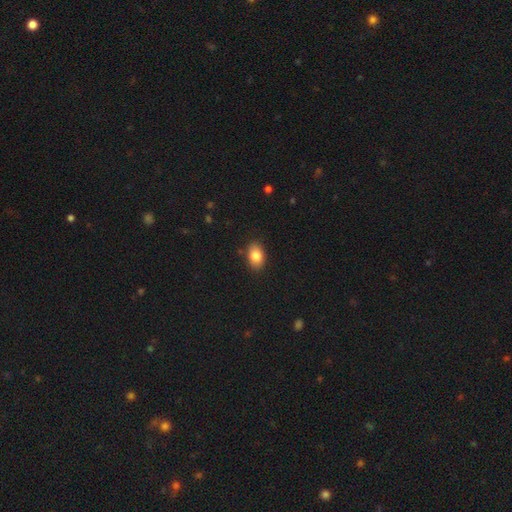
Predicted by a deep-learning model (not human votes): Smooth or featured? Predicted: smooth (p=0.85). How rounded? Predicted: in between (p=0.85). Merging? Predicted: none (p=0.86).